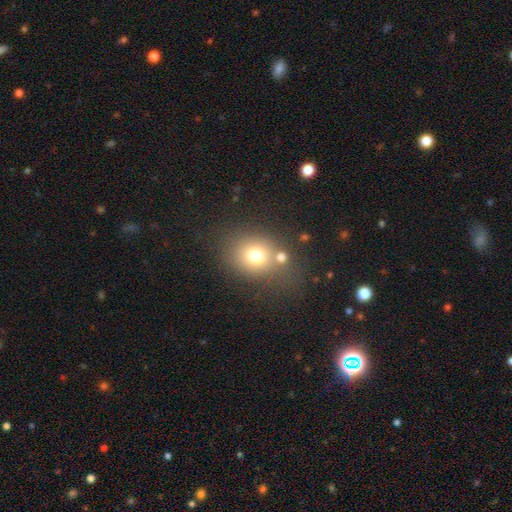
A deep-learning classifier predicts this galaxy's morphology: Smooth or featured? smooth (73%)
How rounded? round (70%)
Merging? none (59%)